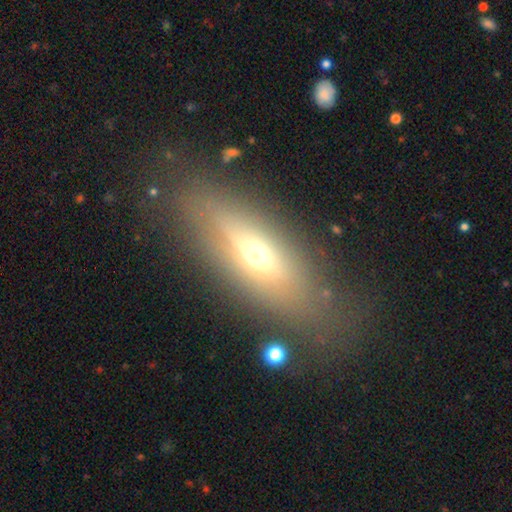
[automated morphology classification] Overall: smooth (48%; featured or disk 40%). Merging: none (75%).